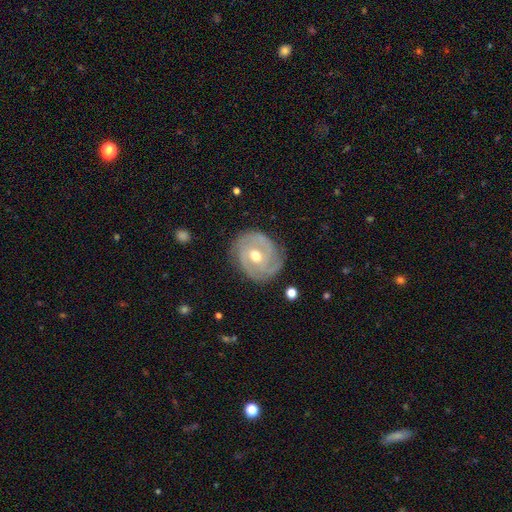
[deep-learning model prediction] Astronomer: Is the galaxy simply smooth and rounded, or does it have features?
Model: featured or disk — 86%.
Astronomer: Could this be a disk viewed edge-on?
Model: no — 97%.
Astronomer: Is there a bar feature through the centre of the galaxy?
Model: no — 52% (runner-up: weak, 38%).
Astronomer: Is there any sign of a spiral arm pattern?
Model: yes — 94%.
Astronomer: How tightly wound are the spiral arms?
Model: tight — 68%.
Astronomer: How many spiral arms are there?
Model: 3 — 37% (runner-up: 2, 27%).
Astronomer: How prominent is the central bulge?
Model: moderate — 77%.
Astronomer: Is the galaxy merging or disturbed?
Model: none — 80%.